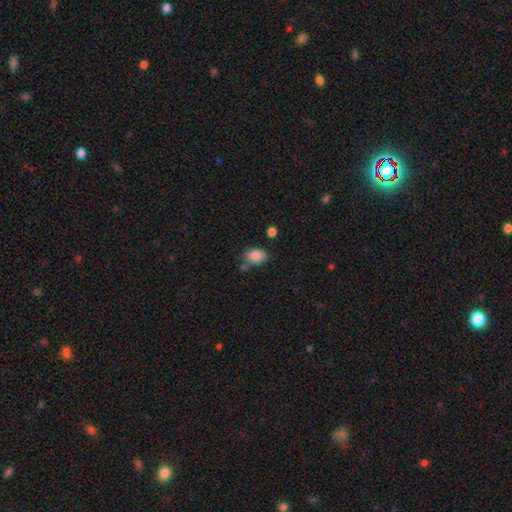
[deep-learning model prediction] smooth_or_featured: smooth (p=0.87) [alt: star or artifact p=0.09]
how_rounded: in between (p=0.76) [alt: round p=0.23]
merging: none (p=0.67) [alt: minor disturbance p=0.18]